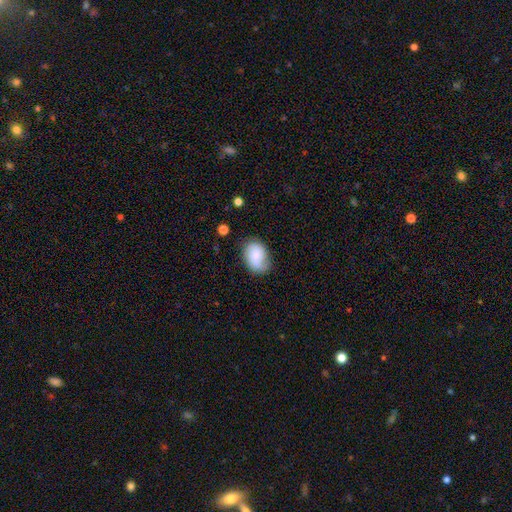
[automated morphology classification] Smooth or featured? Predicted: smooth (p=0.69). How rounded? Predicted: in between (p=0.78). Merging? Predicted: none (p=0.59).